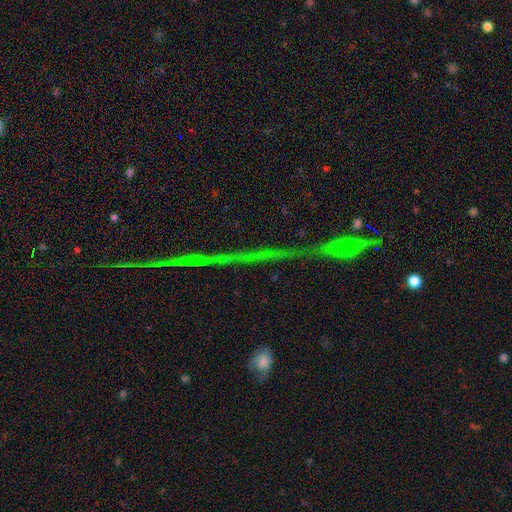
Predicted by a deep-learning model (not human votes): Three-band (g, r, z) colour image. It shows a star or artifact, not a galaxy (66%).